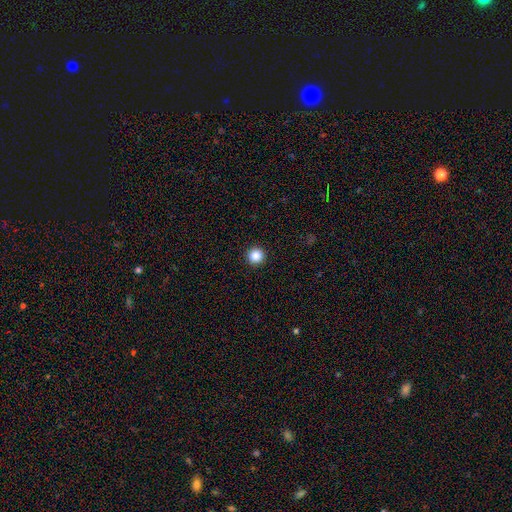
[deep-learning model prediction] Smooth or featured? Predicted: smooth (p=0.87). How rounded? Predicted: round (p=0.97). Merging? Predicted: none (p=0.94).